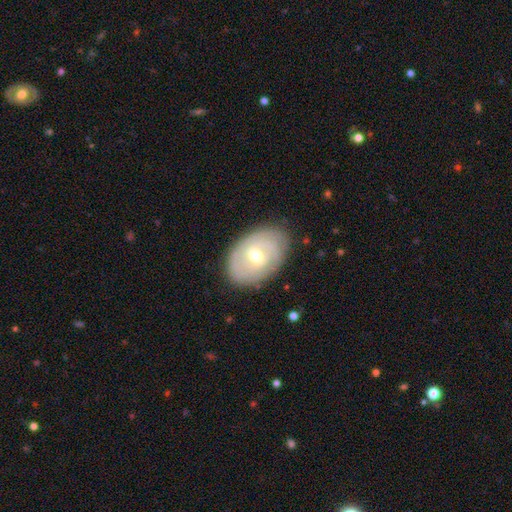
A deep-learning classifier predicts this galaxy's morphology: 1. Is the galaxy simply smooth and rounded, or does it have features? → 64% featured or disk, 30% smooth, 6% star or artifact.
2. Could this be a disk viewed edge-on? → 94% no, 6% yes.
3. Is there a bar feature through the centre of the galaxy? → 52% weak, 36% no, 12% strong.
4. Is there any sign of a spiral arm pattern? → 71% yes, 29% no.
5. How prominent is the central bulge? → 58% moderate, 38% small, 2% large, 1% none, 1% dominant.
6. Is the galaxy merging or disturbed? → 81% none, 14% minor disturbance, 4% major disturbance, 1% merger.